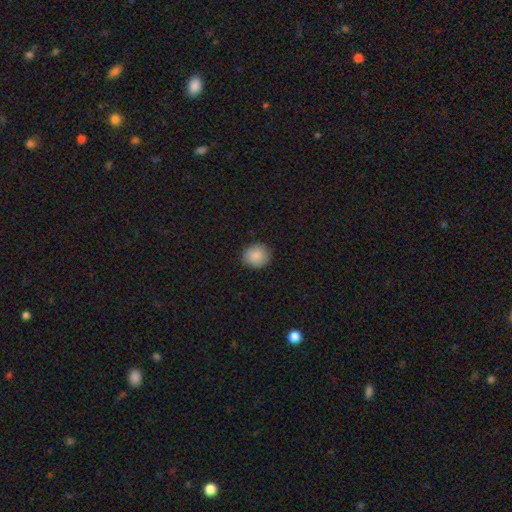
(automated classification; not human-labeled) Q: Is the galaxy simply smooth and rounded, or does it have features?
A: smooth — 88%.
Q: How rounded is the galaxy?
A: round — 83%.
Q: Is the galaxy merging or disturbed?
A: none — 89%.